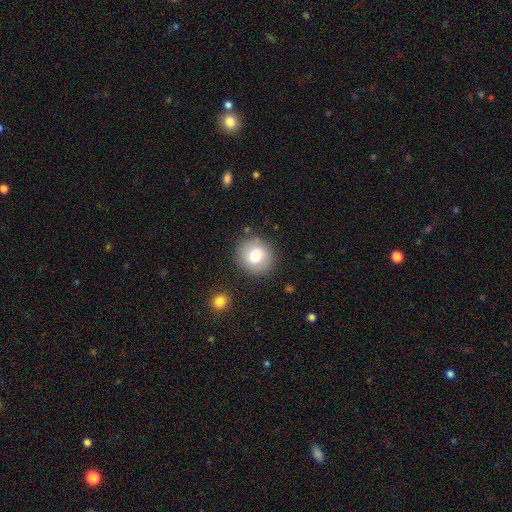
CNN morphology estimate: smooth_or_featured: smooth (p=0.74) [alt: featured or disk p=0.16]
how_rounded: round (p=0.89) [alt: in between p=0.10]
merging: none (p=0.85) [alt: minor disturbance p=0.09]